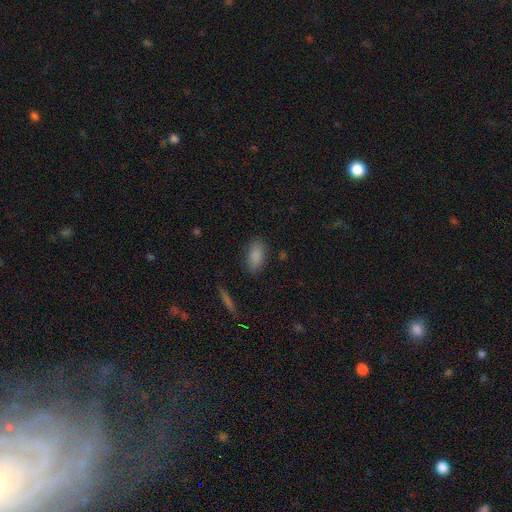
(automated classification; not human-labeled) Q: Smooth or featured?
A: smooth (87%); runner-up: star or artifact (8%)
Q: How rounded?
A: in between (91%); runner-up: cigar-shaped (5%)
Q: Merging?
A: none (84%); runner-up: minor disturbance (11%)